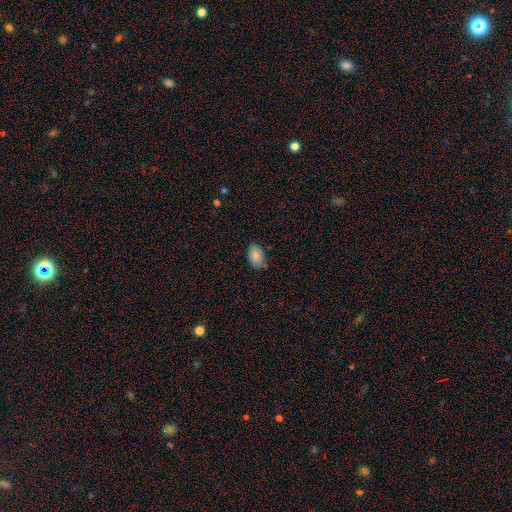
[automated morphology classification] A smooth galaxy with no disk features (84%) that is in between round and cigar-shaped (87%).

Vote fractions:
- Smooth or featured? smooth: 84% / featured or disk: 9% / star or artifact: 7%
- How rounded? in between: 87% / round: 11% / cigar-shaped: 1%
- Merging? none: 69% / minor disturbance: 23% / major disturbance: 4% / merger: 3%